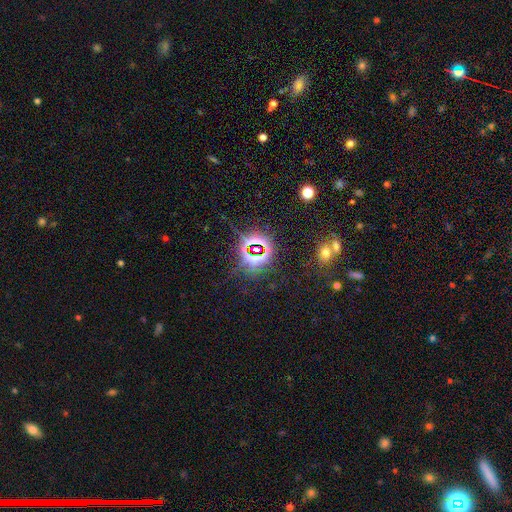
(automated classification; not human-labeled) This appears to be a star or artifact, not a galaxy (80%).